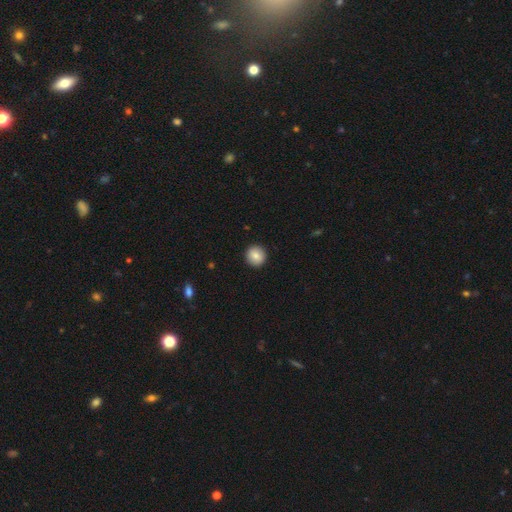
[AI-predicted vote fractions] A smooth galaxy with no disk features (84%) that is round (94%).

Vote fractions:
- Smooth or featured? smooth: 84% / star or artifact: 8% / featured or disk: 8%
- How rounded? round: 94% / in between: 6% / cigar-shaped: 1%
- Merging? none: 93% / minor disturbance: 5% / major disturbance: 2% / merger: 1%